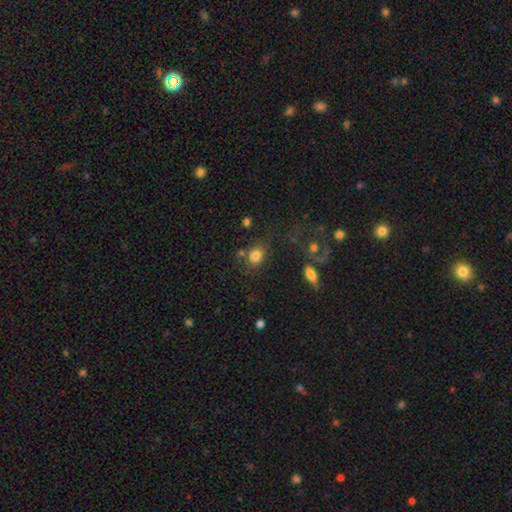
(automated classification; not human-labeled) A smooth galaxy with no disk features (81%) that is round (64%). Merging: none (64%).